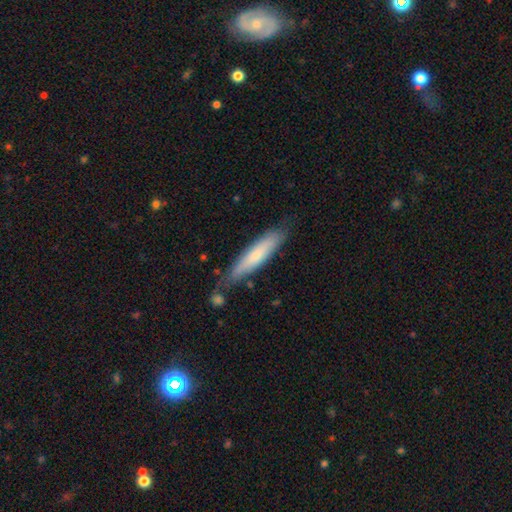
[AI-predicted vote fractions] smooth_or_featured: smooth (p=0.69) [alt: featured or disk p=0.26]
how_rounded: cigar-shaped (p=0.81) [alt: in between p=0.18]
merging: none (p=0.69) [alt: minor disturbance p=0.21]